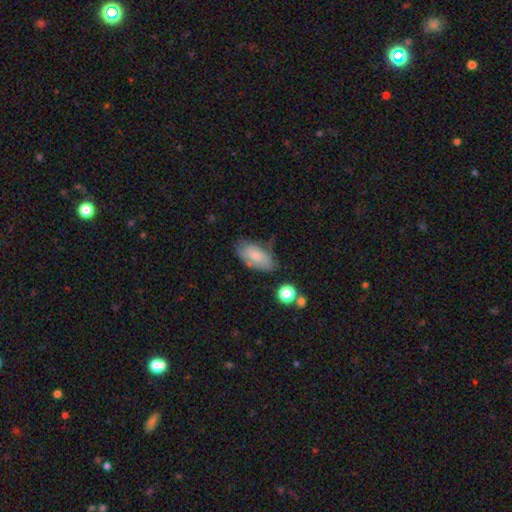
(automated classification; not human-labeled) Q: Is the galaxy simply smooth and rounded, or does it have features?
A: smooth — 72%.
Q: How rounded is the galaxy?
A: in between — 92%.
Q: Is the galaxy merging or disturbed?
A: none — 55%.